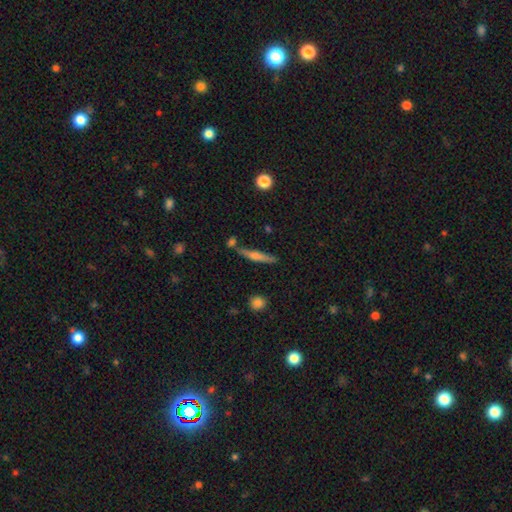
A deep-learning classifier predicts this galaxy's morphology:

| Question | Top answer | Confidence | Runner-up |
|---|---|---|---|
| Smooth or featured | smooth | 47% | featured or disk (46%) |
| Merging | none | 76% | minor disturbance (12%) |